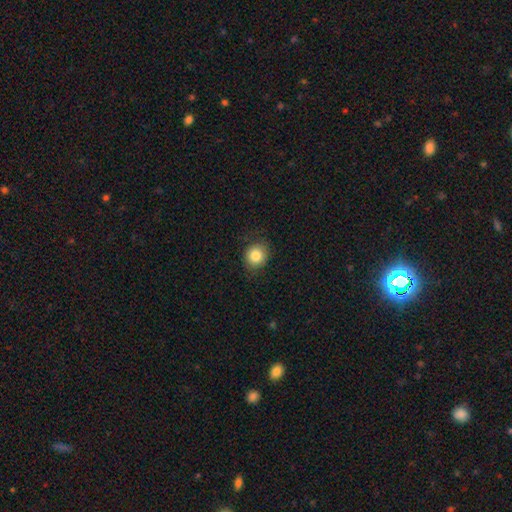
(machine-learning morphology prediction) Q: Smooth or featured?
A: smooth (83%); runner-up: star or artifact (10%)
Q: How rounded?
A: round (77%); runner-up: in between (22%)
Q: Merging?
A: none (83%); runner-up: minor disturbance (13%)